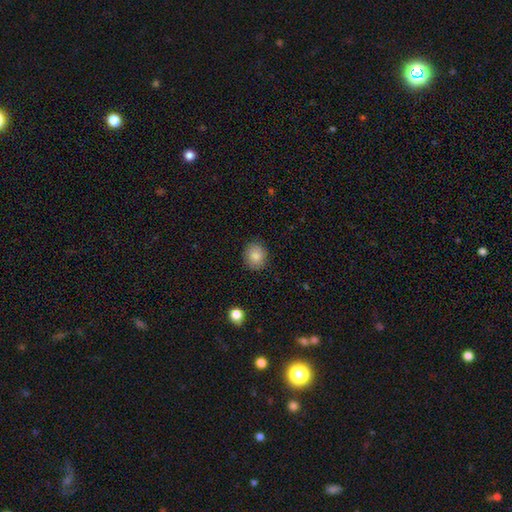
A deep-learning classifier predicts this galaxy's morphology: This appears to be a smooth galaxy with no disk features (84%) that is round (75%). Merging: none (87%).